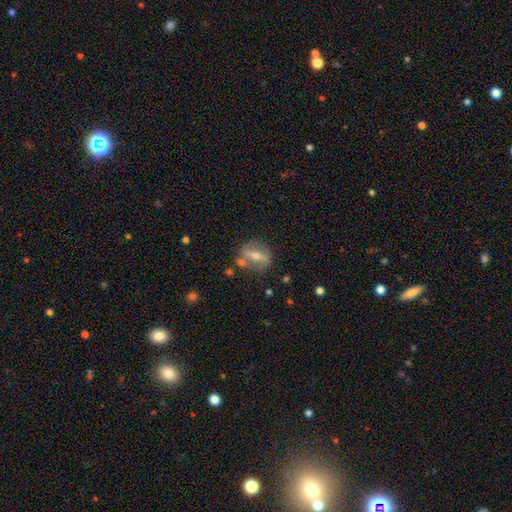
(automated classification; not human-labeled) A featured or disk galaxy (51%). Merging: none (67%).